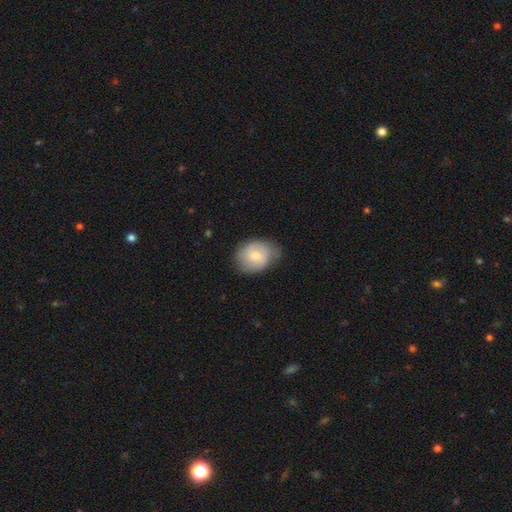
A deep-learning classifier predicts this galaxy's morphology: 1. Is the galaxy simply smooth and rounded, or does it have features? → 64% smooth, 29% featured or disk, 7% star or artifact.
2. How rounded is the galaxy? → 51% in between, 48% round, 1% cigar-shaped.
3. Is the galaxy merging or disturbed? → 60% none, 30% minor disturbance, 8% major disturbance, 2% merger.